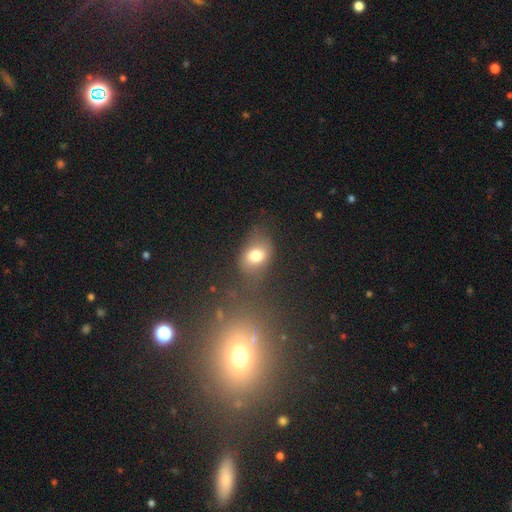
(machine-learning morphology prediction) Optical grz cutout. It shows a smooth galaxy with no disk features (74%) that is in between round and cigar-shaped (69%). Merging: none (56%).